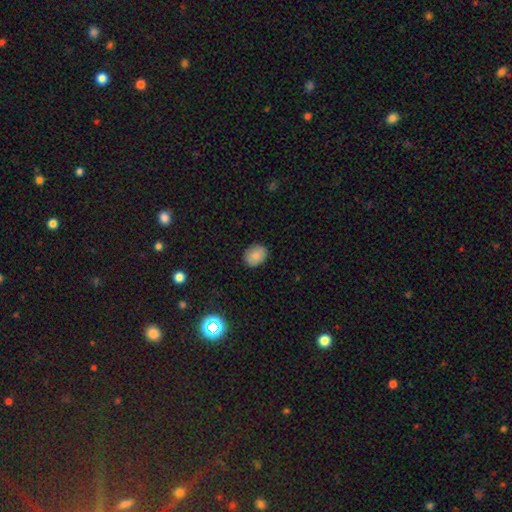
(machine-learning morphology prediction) smooth_or_featured: smooth (p=0.84) [alt: star or artifact p=0.09]
how_rounded: in between (p=0.55) [alt: round p=0.45]
merging: none (p=0.88) [alt: minor disturbance p=0.09]